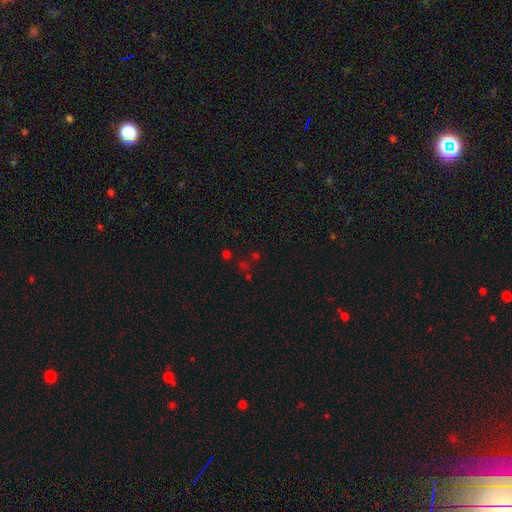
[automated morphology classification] This appears to be a star or artifact, not a galaxy (54%).